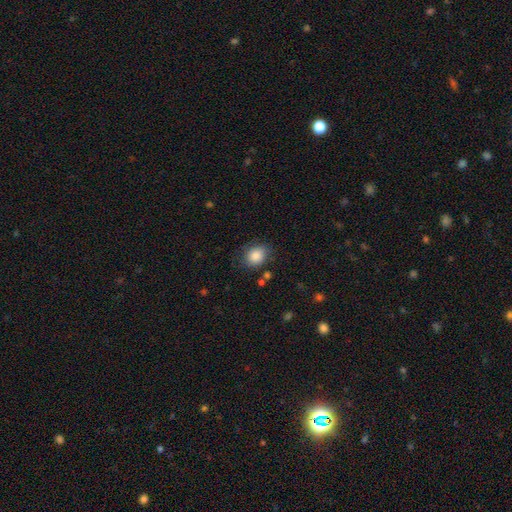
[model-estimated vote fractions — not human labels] This is clearly a smooth galaxy (85%). How rounded: possibly round (58%). Merging: likely none (72%).